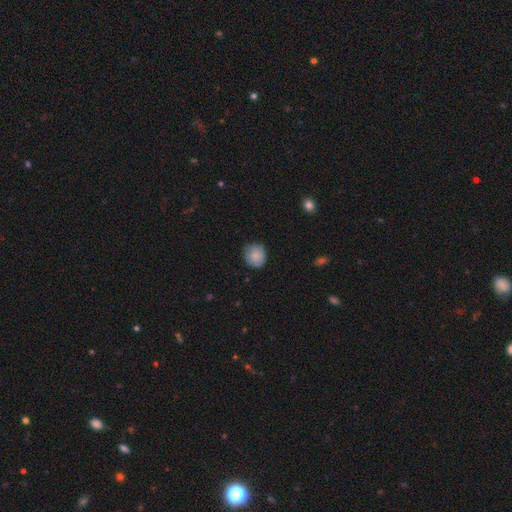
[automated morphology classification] Smooth or featured? smooth (82%)
How rounded? round (84%)
Merging? none (77%)